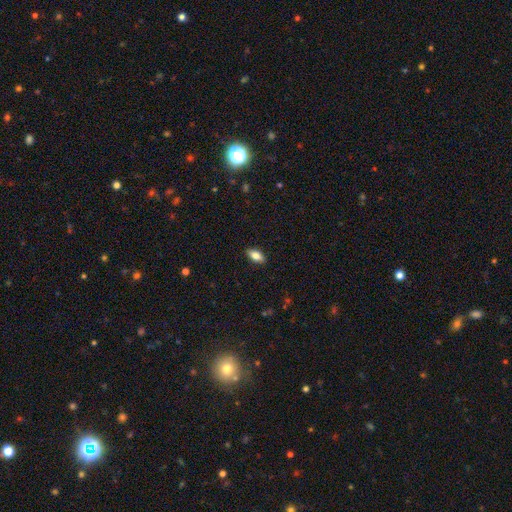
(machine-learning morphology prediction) Smooth or featured? smooth (75%)
How rounded? in between (86%)
Merging? none (88%)